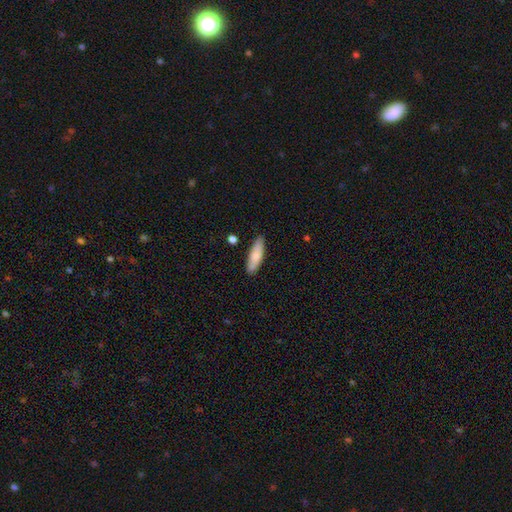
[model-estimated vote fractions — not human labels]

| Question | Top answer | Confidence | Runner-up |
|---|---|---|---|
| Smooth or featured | smooth | 80% | featured or disk (15%) |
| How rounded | cigar-shaped | 58% | in between (40%) |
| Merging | none | 85% | minor disturbance (11%) |